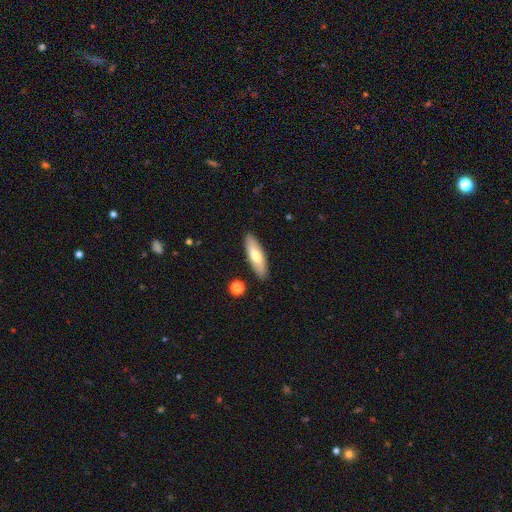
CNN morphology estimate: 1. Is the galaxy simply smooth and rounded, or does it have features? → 65% smooth, 29% featured or disk, 6% star or artifact.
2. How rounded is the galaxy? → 49% in between (tied), 49% cigar-shaped (tied), 2% round.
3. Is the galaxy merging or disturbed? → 87% none, 9% minor disturbance, 2% merger, 2% major disturbance.